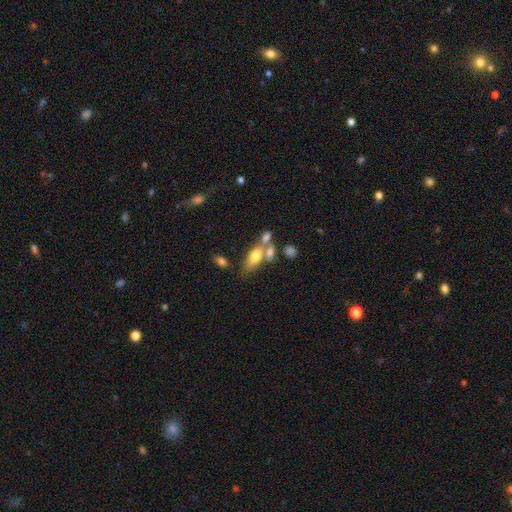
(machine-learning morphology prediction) Smooth or featured? smooth (65%)
How rounded? in between (77%)
Merging? merger (43%)